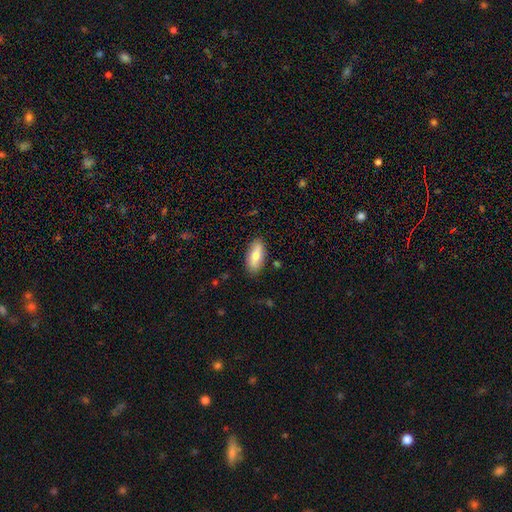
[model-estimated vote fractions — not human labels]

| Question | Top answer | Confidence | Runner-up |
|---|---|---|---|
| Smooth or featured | smooth | 69% | featured or disk (24%) |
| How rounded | in between | 81% | cigar-shaped (17%) |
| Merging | none | 85% | minor disturbance (11%) |